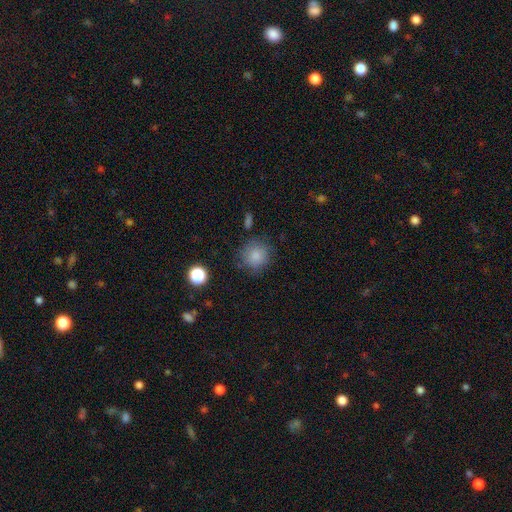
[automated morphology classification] Smooth or featured: smooth — 84% (star or artifact — 10%)
How rounded: round — 90% (in between — 9%)
Merging: none — 77% (minor disturbance — 15%)